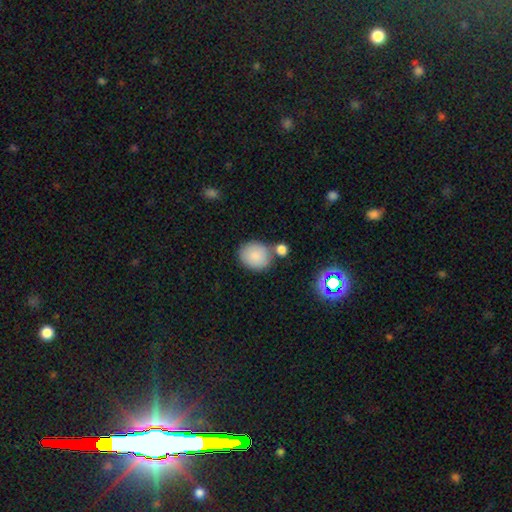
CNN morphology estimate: A smooth galaxy with no disk features (85%) that is round (69%).

Vote fractions:
- Smooth or featured? smooth: 85% / star or artifact: 8% / featured or disk: 7%
- How rounded? round: 69% / in between: 30% / cigar-shaped: 1%
- Merging? none: 64% / merger: 18% / minor disturbance: 14% / major disturbance: 4%